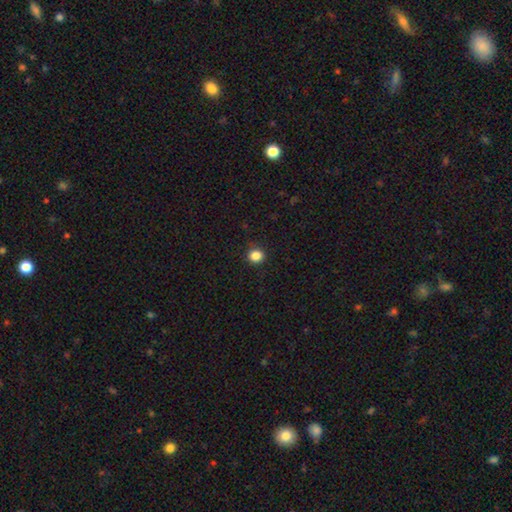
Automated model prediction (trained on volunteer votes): Smooth or featured? smooth (85%)
How rounded? round (89%)
Merging? none (91%)